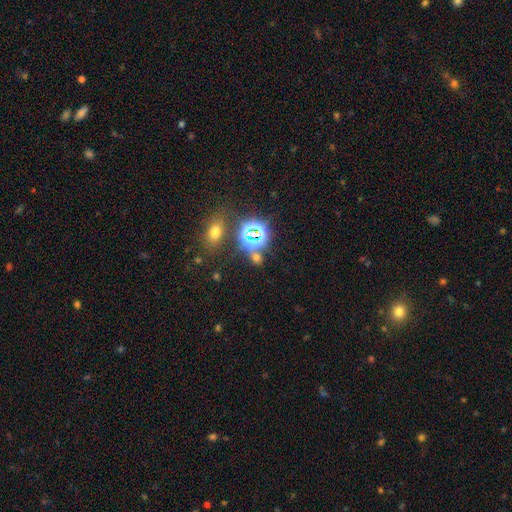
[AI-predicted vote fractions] A star or artifact, not a galaxy (68%).